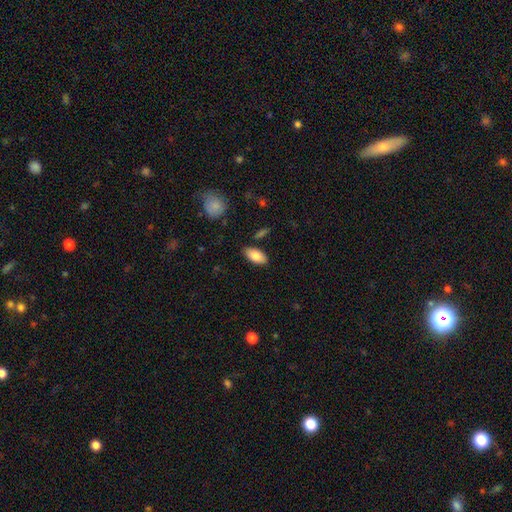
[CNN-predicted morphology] The model was most divided on "merging": none: 85%, minor disturbance: 10%, merger: 2%, major disturbance: 2%. More confident: how rounded — in between (93%); smooth or featured — smooth (85%).